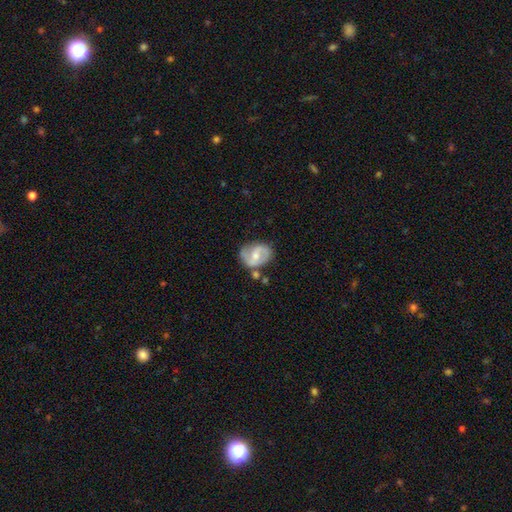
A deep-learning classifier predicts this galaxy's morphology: The model was most divided on "bar": weak: 48%, no: 33%, strong: 19%. Remaining: edge-on disk — no (97%); spiral arms — yes (84%); spiral arm count — 2 (81%); smooth or featured — featured or disk (70%); merging — none (63%); bulge size — moderate (59%); spiral winding — medium (50%).